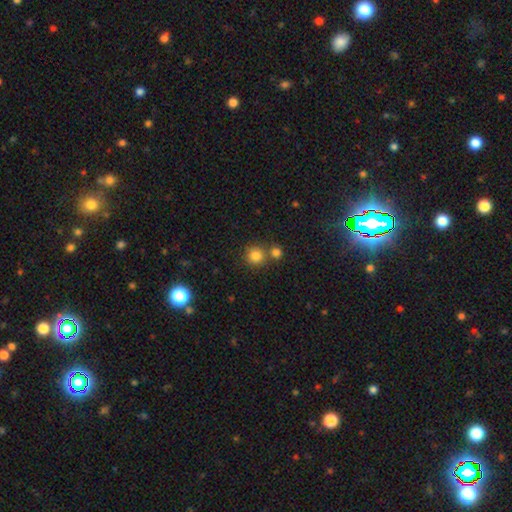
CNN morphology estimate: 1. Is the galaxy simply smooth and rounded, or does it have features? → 82% smooth, 12% star or artifact, 6% featured or disk.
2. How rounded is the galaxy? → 92% round, 7% in between, 1% cigar-shaped.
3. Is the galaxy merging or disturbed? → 67% none, 23% merger, 7% minor disturbance, 3% major disturbance.